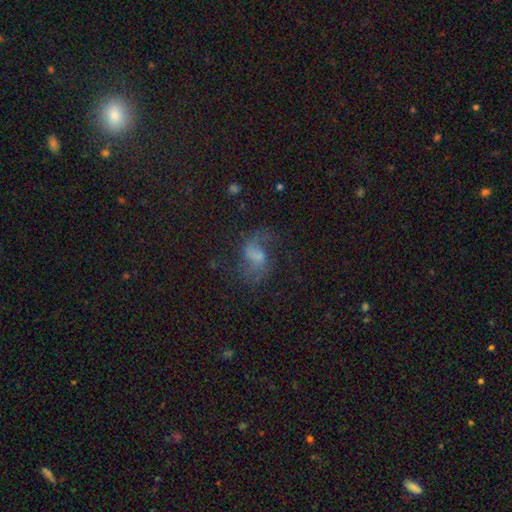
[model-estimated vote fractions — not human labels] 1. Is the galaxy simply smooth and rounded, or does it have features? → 64% featured or disk, 22% smooth, 13% star or artifact.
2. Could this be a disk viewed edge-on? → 97% no, 3% yes.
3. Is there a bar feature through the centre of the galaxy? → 49% weak, 34% no, 17% strong.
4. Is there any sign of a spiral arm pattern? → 86% yes, 14% no.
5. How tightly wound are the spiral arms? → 67% loose, 27% medium, 6% tight.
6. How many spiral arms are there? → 82% 2, 8% 1, 6% can't tell, 2% 3, 1% 4, 1% more than 4.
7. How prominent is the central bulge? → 37% none, 26% small, 25% moderate, 10% large, 2% dominant.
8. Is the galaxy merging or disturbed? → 53% none, 25% major disturbance, 18% minor disturbance, 3% merger.